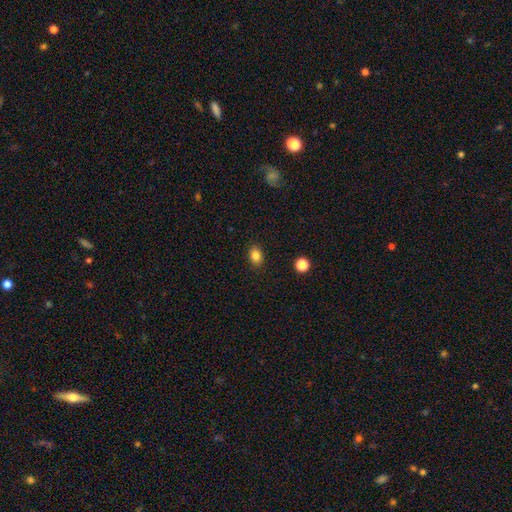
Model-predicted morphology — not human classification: smooth-or-featured: smooth: 84% | star or artifact: 11% | featured or disk: 5%
  how-rounded: in between: 72% | round: 27% | cigar-shaped: 1%
  merging: none: 88% | minor disturbance: 8% | major disturbance: 2% | merger: 1%